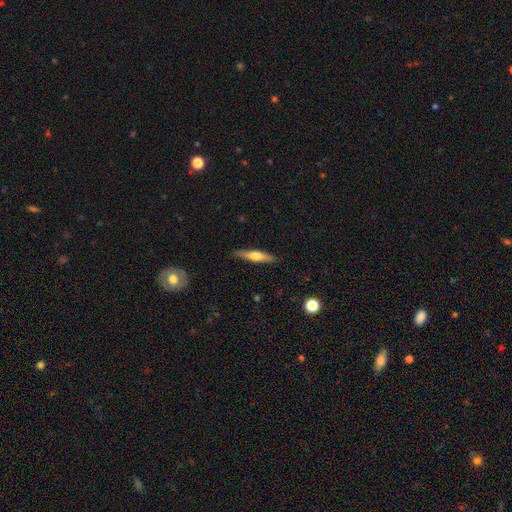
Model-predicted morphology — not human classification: The model was most divided on "smooth or featured": featured or disk: 49%, smooth: 45%, star or artifact: 6%. More confident: merging — none (89%).